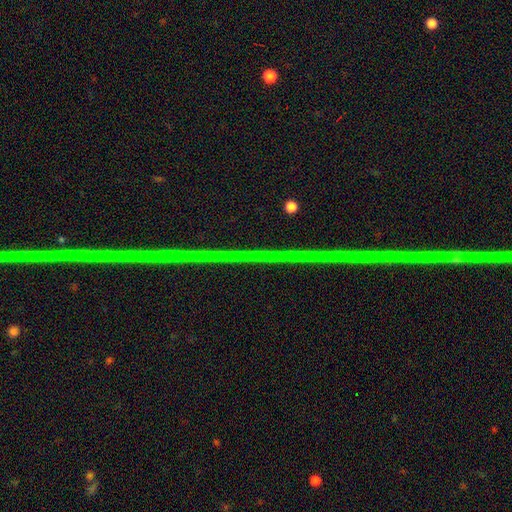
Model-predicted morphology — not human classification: smooth-or-featured: star or artifact: 87% | featured or disk: 9% | smooth: 4%